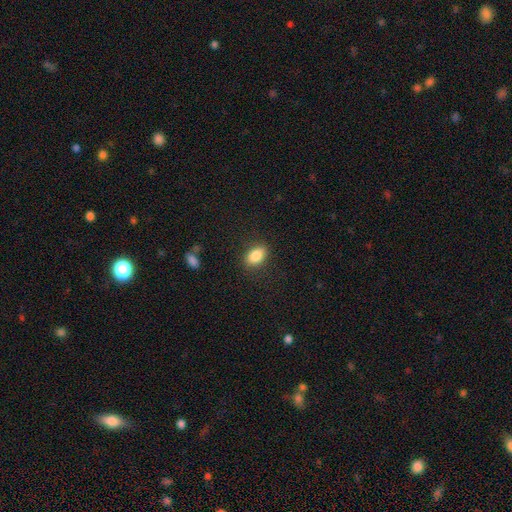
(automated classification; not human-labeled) Morphology: type=smooth (86%); roundness=in between (86%); merging=none (85%).